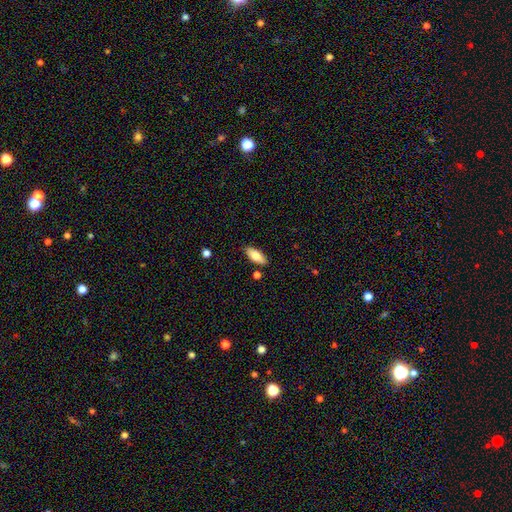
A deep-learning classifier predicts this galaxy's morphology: Overall: smooth (78%). How rounded: in between (84%). Merging: none (84%).